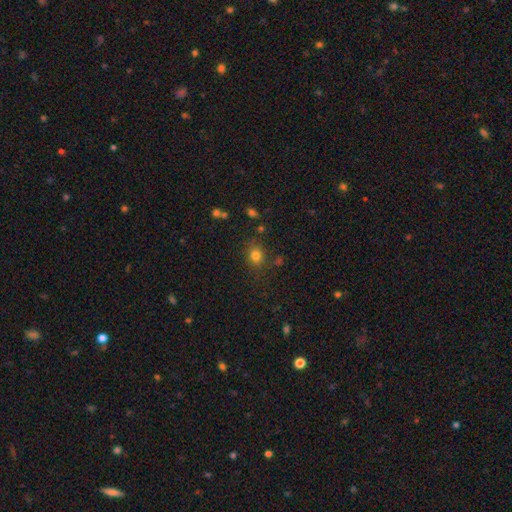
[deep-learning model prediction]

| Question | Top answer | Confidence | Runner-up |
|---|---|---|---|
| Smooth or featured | smooth | 77% | star or artifact (16%) |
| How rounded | round | 68% | in between (30%) |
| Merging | none | 76% | minor disturbance (15%) |